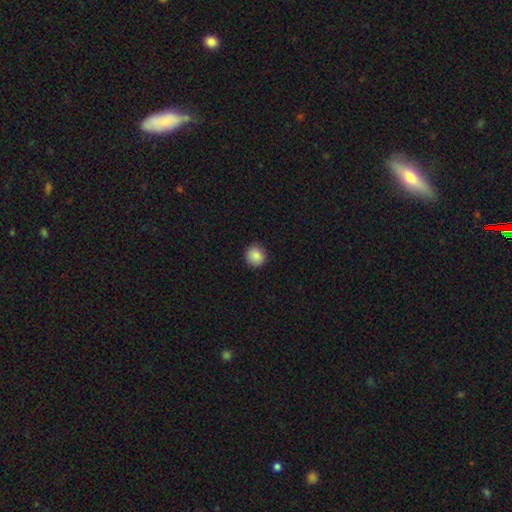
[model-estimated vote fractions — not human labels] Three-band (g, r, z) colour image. It shows a smooth galaxy with no disk features (87%) that is round (90%). Merging: none (89%).